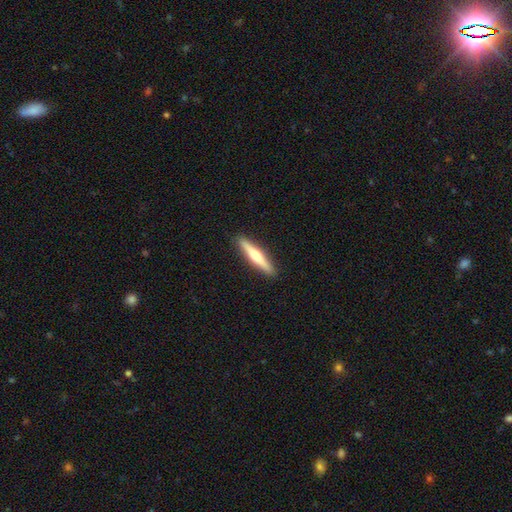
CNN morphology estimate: smooth 49%, featured or disk 46%, star or artifact 5%. Down the decision tree: merging — none (92%).